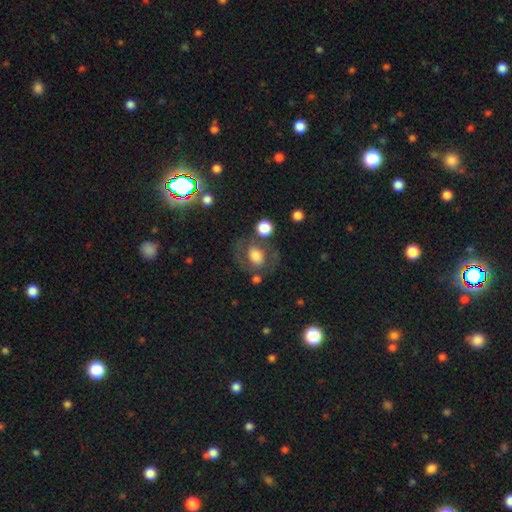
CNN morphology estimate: Smooth or featured?
  - smooth: 56% *
  - featured or disk: 35%
  - star or artifact: 9%
How rounded?
  - in between: 51% *
  - round: 47%
  - cigar-shaped: 1%
Merging?
  - none: 62% *
  - minor disturbance: 17%
  - major disturbance: 13%
  - merger: 9%